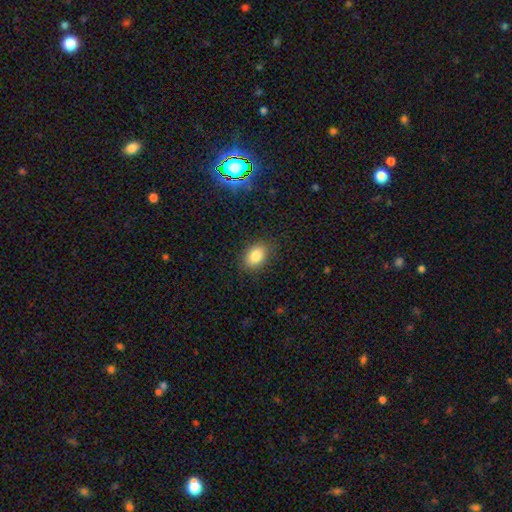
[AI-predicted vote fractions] Overall: smooth (83%). How rounded: in between (78%). Merging: none (86%).